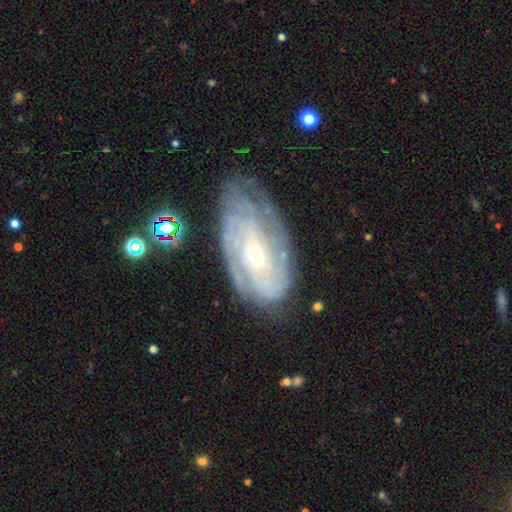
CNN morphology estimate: A featured or disk galaxy (81%) with no bar (62%), tight (70%) spiral arms (91%) and a small central bulge (75%).

Vote fractions:
- Smooth or featured? featured or disk: 81% / smooth: 12% / star or artifact: 7%
- Edge-on disk? no: 93% / yes: 7%
- Bar? no: 62% / weak: 27% / strong: 11%
- Spiral arms? yes: 91% / no: 9%
- Spiral winding? tight: 70% / medium: 24% / loose: 6%
- Spiral arm count? can't tell: 47% / 2: 17% / 3: 14% / 4: 12% / more than 4: 6% / 1: 5%
- Bulge size? small: 75% / moderate: 21% / large: 1% / none: 1% / dominant: 1%
- Merging? none: 66% / minor disturbance: 23% / major disturbance: 9% / merger: 2%